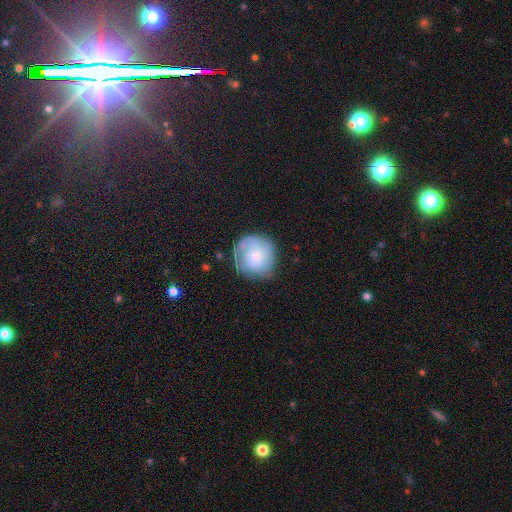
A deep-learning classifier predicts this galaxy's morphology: smooth 54%, featured or disk 39%, star or artifact 7%. Down the decision tree: how rounded — round (91%); merging — none (71%).